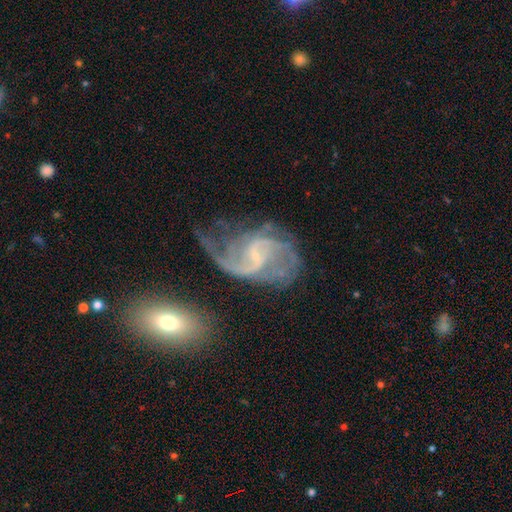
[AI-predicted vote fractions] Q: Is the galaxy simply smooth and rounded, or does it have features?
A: featured or disk — 89%.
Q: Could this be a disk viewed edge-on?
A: no — 98%.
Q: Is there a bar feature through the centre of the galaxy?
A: weak — 54%.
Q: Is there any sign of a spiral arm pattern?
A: yes — 95%.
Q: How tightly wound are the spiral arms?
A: loose — 46%.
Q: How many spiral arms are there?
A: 2 — 62%.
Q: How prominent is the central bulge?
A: small — 76%.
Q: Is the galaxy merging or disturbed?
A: none — 40%.